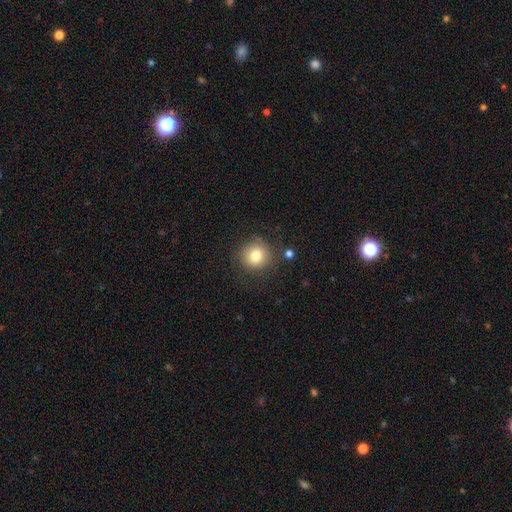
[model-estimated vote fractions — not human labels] The model was most divided on "merging": none: 80%, minor disturbance: 13%, major disturbance: 5%, merger: 3%. More confident: how rounded — round (91%); smooth or featured — smooth (80%).